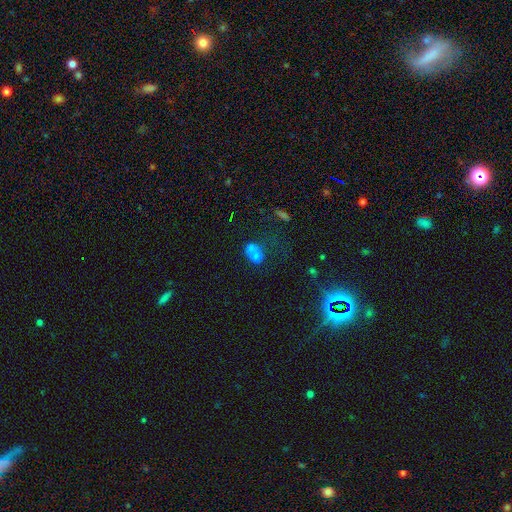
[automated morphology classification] A smooth galaxy with no disk features (66%) that is round (60%).

Vote fractions:
- Smooth or featured? smooth: 66% / featured or disk: 21% / star or artifact: 13%
- How rounded? round: 60% / in between: 39% / cigar-shaped: 1%
- Merging? merger: 64% / none: 21% / minor disturbance: 8% / major disturbance: 7%